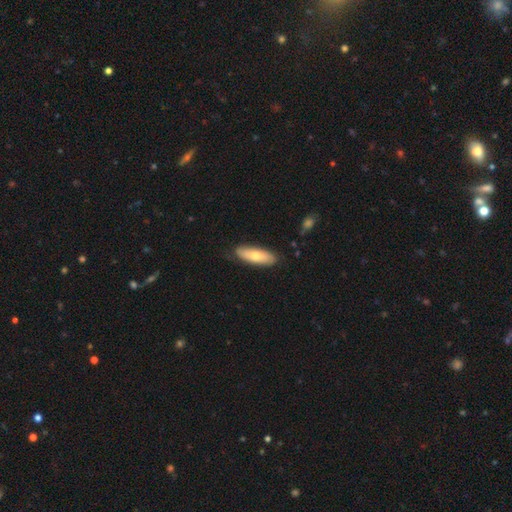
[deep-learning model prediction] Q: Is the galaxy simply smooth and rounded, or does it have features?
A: smooth — 65%.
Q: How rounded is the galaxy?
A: in between — 64%.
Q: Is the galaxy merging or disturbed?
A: none — 80%.